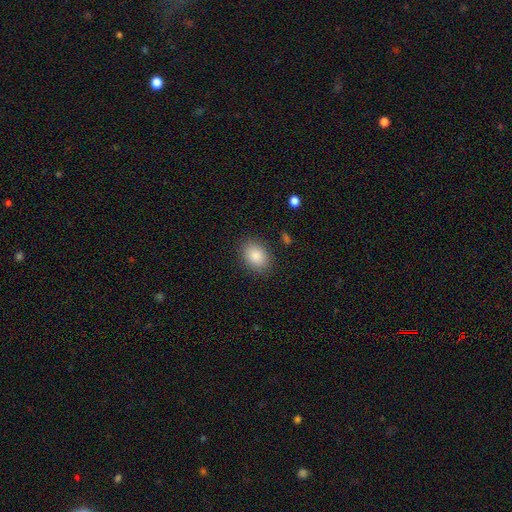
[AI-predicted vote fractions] smooth-or-featured: smooth: 87% | star or artifact: 8% | featured or disk: 5%
  how-rounded: in between: 72% | round: 27% | cigar-shaped: 1%
  merging: none: 85% | minor disturbance: 10% | major disturbance: 3% | merger: 1%